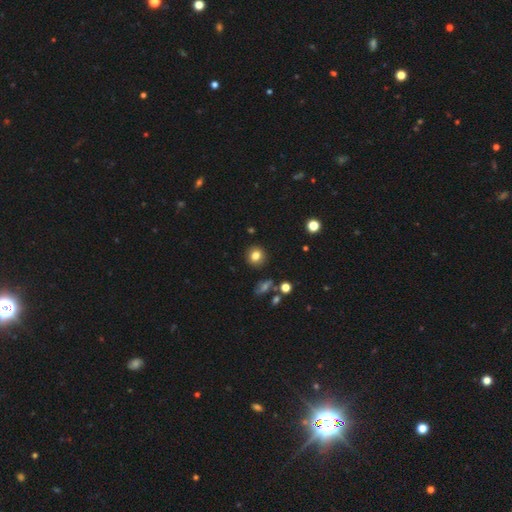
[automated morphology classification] Smooth or featured? Predicted: smooth (p=0.80). How rounded? Predicted: round (p=0.84). Merging? Predicted: none (p=0.88).